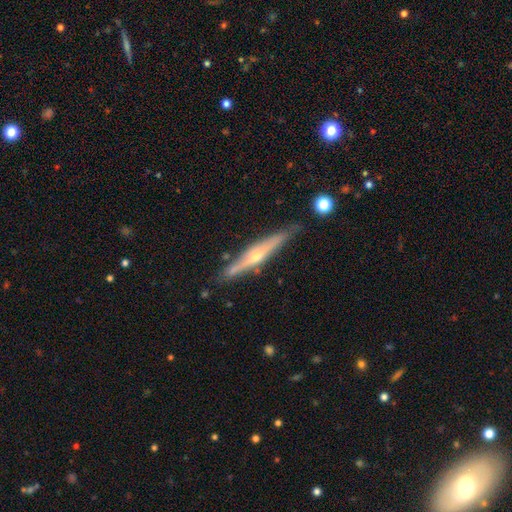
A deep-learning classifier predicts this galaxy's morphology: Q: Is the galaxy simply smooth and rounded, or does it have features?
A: featured or disk — 74%.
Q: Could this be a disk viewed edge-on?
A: yes — 96%.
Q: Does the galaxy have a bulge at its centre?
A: rounded — 83%.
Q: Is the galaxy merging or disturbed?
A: none — 83%.